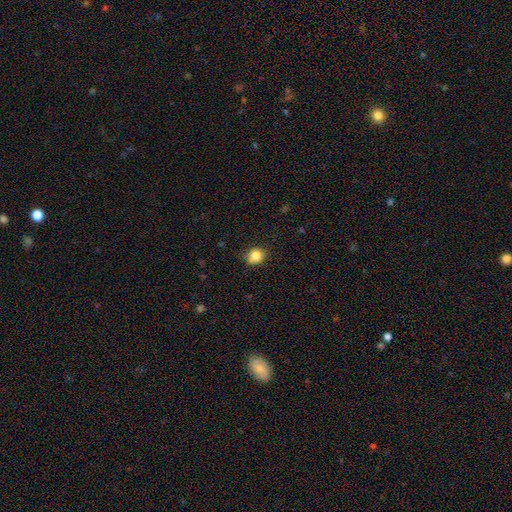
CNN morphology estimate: The model was most divided on "how rounded": round: 70%, in between: 29%, cigar-shaped: 1%. More confident: smooth or featured — smooth (83%); merging — none (75%).